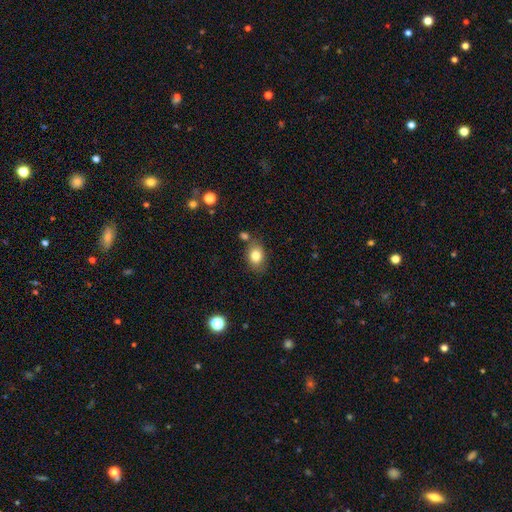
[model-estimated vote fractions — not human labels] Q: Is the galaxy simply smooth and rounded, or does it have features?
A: smooth — 82%.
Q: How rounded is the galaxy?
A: in between — 68%.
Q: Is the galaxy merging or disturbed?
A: none — 73%.